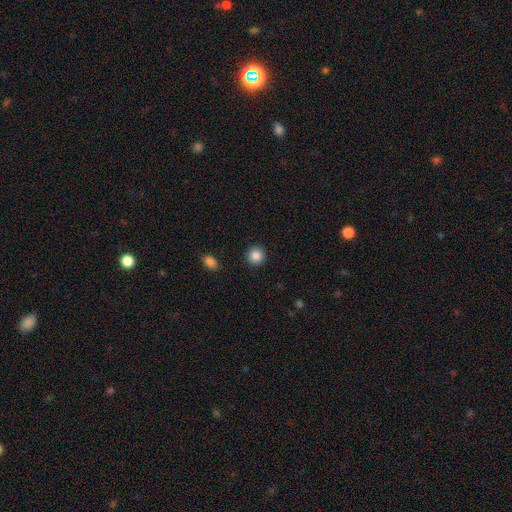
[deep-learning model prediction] smooth-or-featured: smooth: 86% | star or artifact: 9% | featured or disk: 5%
  how-rounded: round: 94% | in between: 5% | cigar-shaped: 1%
  merging: none: 92% | minor disturbance: 5% | major disturbance: 2% | merger: 1%